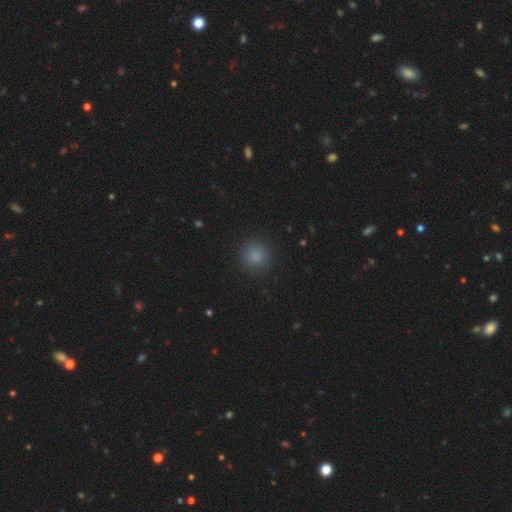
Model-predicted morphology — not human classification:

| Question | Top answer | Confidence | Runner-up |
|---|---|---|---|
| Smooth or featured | smooth | 83% | star or artifact (12%) |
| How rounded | round | 93% | in between (6%) |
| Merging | none | 90% | minor disturbance (7%) |